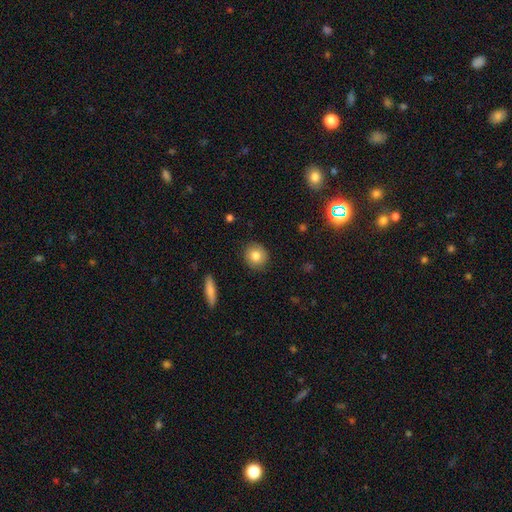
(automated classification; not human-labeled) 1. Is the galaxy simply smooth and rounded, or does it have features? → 81% smooth, 11% featured or disk, 8% star or artifact.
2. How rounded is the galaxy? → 88% round, 11% in between, 1% cigar-shaped.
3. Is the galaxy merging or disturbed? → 90% none, 7% minor disturbance, 2% major disturbance, 1% merger.